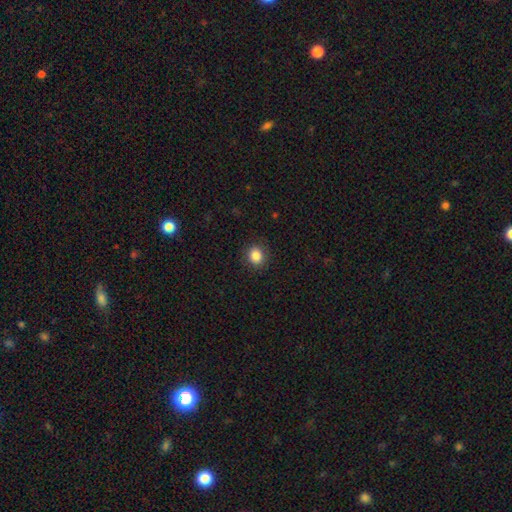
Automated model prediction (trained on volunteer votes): Q: Smooth or featured?
A: smooth (85%); runner-up: star or artifact (10%)
Q: How rounded?
A: round (78%); runner-up: in between (21%)
Q: Merging?
A: none (89%); runner-up: minor disturbance (8%)